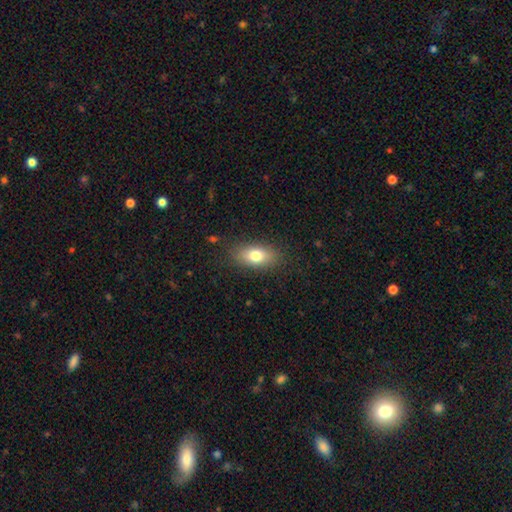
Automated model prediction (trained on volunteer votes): Overall: smooth (77%). How rounded: in between (85%). Merging: none (84%).